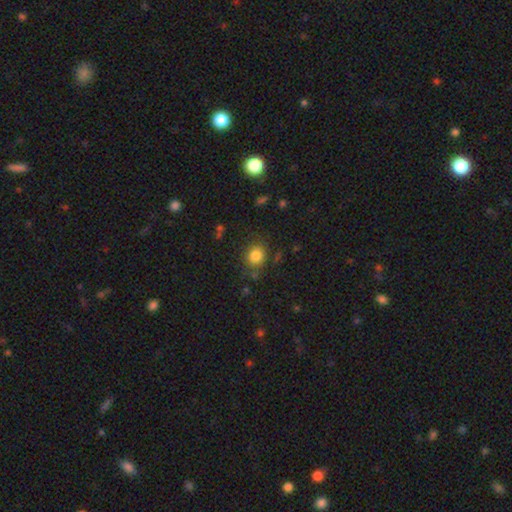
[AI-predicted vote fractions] A smooth galaxy with no disk features (82%) that is round (74%). Merging: none (79%).